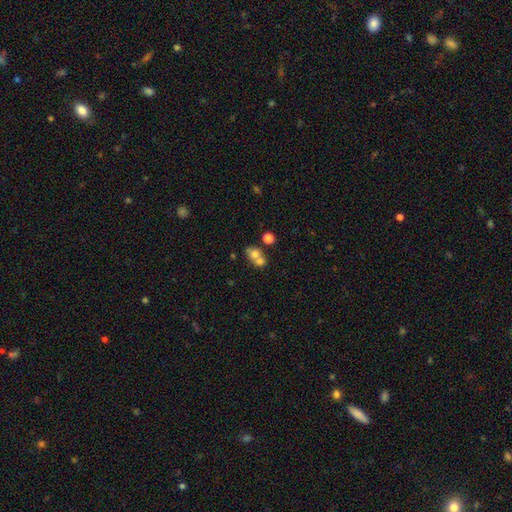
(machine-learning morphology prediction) smooth 67%, featured or disk 21%, star or artifact 12%. Down the decision tree: how rounded — round (59%); merging — merger (59%).